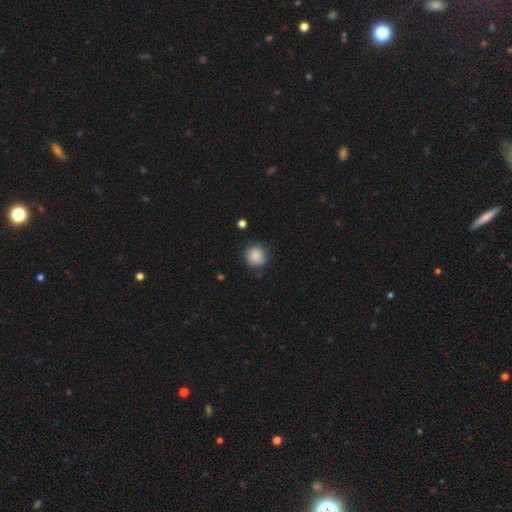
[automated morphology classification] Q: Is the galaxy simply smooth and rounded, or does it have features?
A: smooth — 85%.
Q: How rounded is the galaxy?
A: round — 88%.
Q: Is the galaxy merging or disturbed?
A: none — 75%.